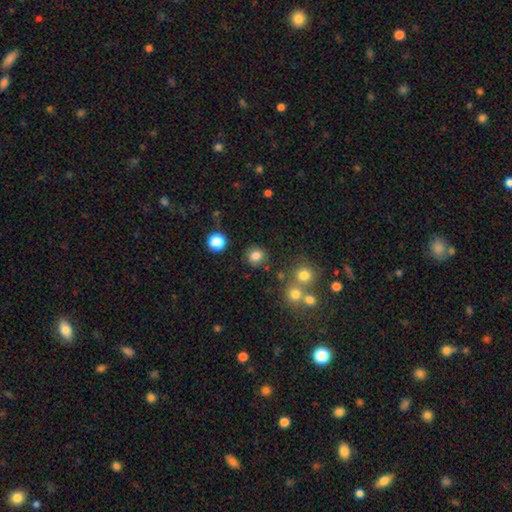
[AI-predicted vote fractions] The model was most divided on "smooth or featured": smooth: 82%, star or artifact: 13%, featured or disk: 5%. More confident: how rounded — round (89%); merging — none (85%).